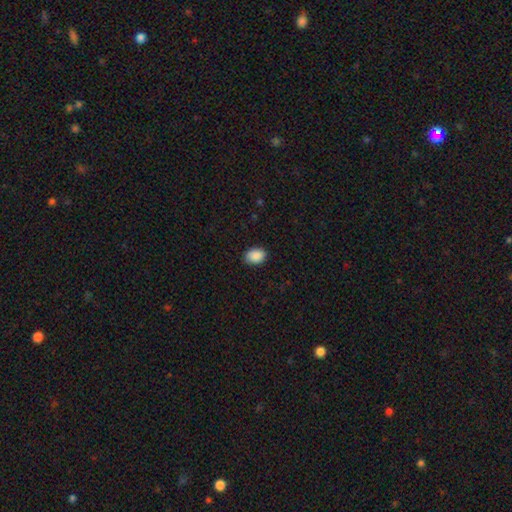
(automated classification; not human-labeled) A smooth galaxy with no disk features (90%) that is in between round and cigar-shaped (74%). Merging: none (88%).